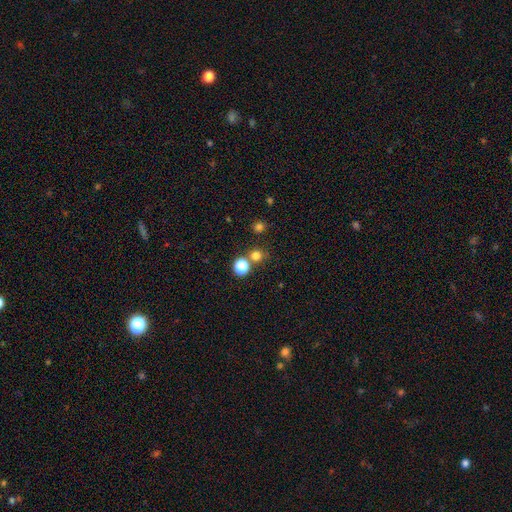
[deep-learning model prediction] Smooth or featured? Predicted: smooth (p=0.75). How rounded? Predicted: round (p=0.90). Merging? Predicted: none (p=0.70).